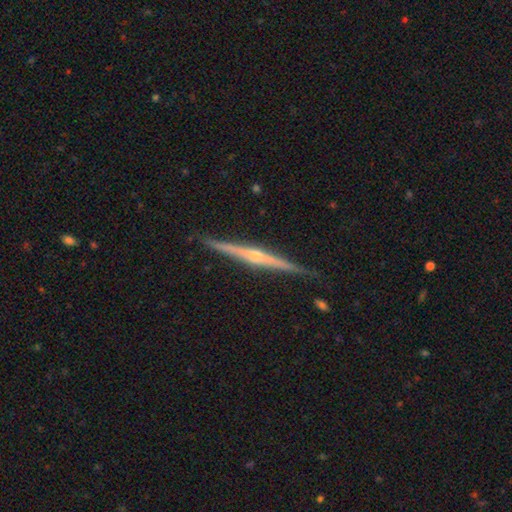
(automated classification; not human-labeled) The model was most divided on "edge-on bulge": rounded: 81%, none: 14%, boxy: 5%. More confident: edge-on disk — yes (98%); merging — none (89%); smooth or featured — featured or disk (81%).